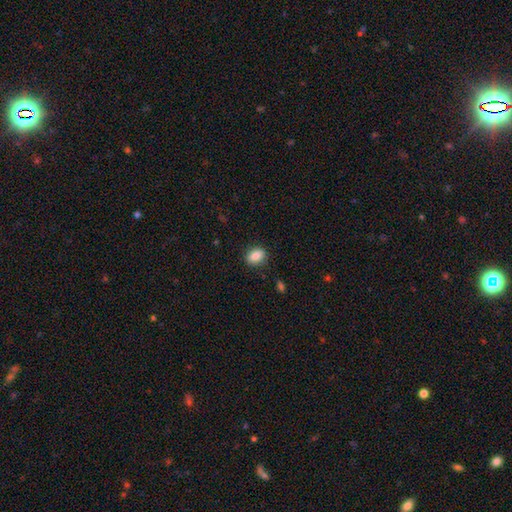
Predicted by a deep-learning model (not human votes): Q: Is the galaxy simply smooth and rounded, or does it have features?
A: smooth — 86%.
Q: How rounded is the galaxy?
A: in between — 76%.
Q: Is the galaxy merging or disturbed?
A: none — 86%.